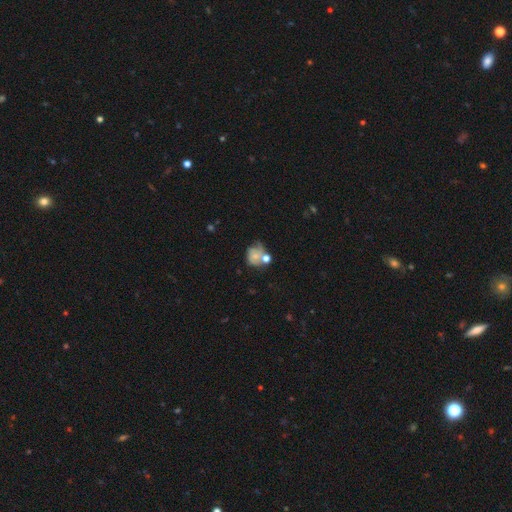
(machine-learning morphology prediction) type=smooth (48%); merging=none (32%).